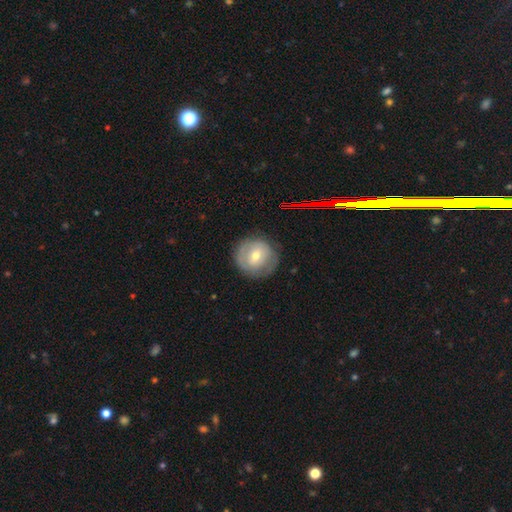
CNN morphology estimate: A smooth galaxy with no disk features (48%). Merging: none (79%).